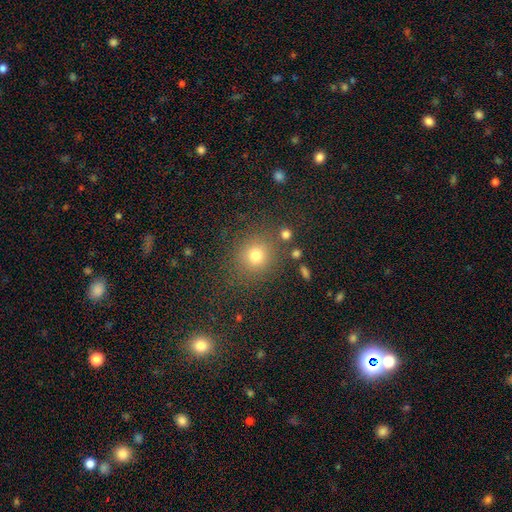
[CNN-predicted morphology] Smooth or featured?
  - smooth: 76% *
  - star or artifact: 16%
  - featured or disk: 8%
How rounded?
  - round: 85% *
  - in between: 14%
  - cigar-shaped: 1%
Merging?
  - none: 81% *
  - minor disturbance: 10%
  - major disturbance: 5%
  - merger: 4%